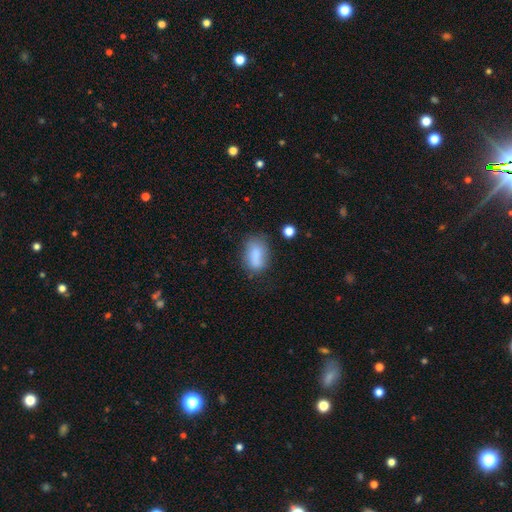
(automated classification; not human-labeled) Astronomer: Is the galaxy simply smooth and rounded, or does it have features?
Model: smooth — 80%.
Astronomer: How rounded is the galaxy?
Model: in between — 85%.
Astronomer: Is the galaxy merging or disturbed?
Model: none — 54%.